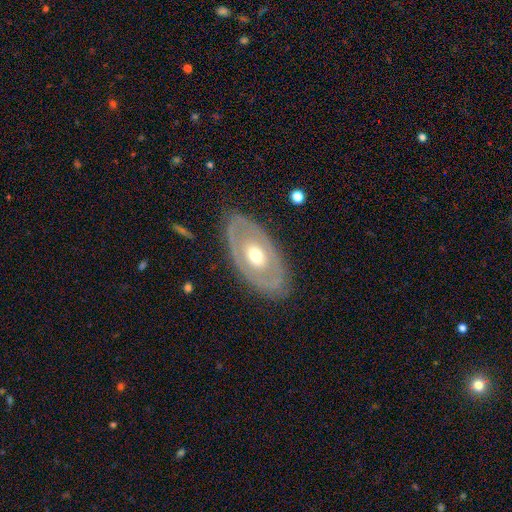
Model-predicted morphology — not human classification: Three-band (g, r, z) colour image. It shows a featured or disk galaxy (63%) with no bar (86%), no spiral arms (83%) and a moderate central bulge (70%). Merging: none (82%).